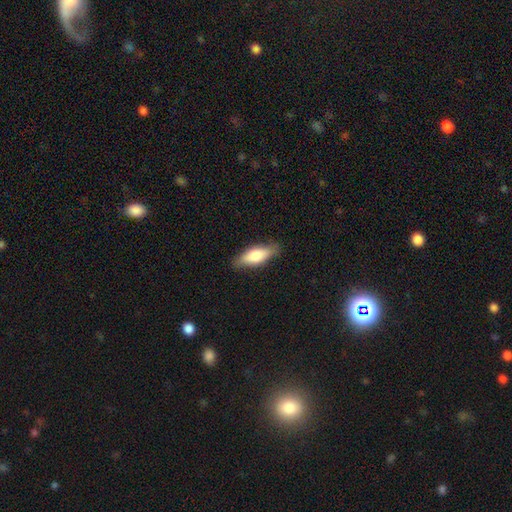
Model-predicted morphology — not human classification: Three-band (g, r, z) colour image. It shows a smooth galaxy with no disk features (69%) that is in between round and cigar-shaped (64%). Merging: none (83%).